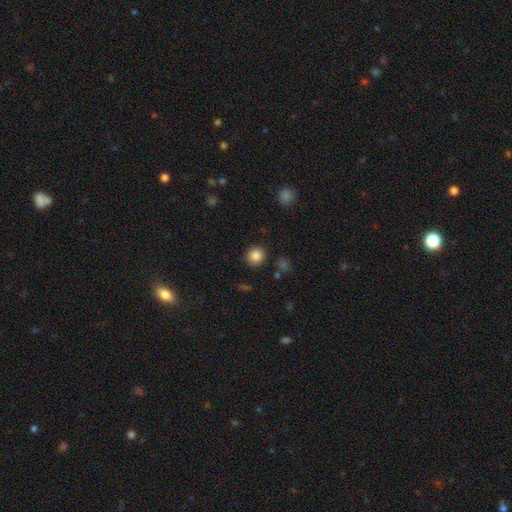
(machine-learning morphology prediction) Q: Smooth or featured?
A: smooth (85%); runner-up: star or artifact (10%)
Q: How rounded?
A: round (90%); runner-up: in between (9%)
Q: Merging?
A: none (88%); runner-up: minor disturbance (7%)